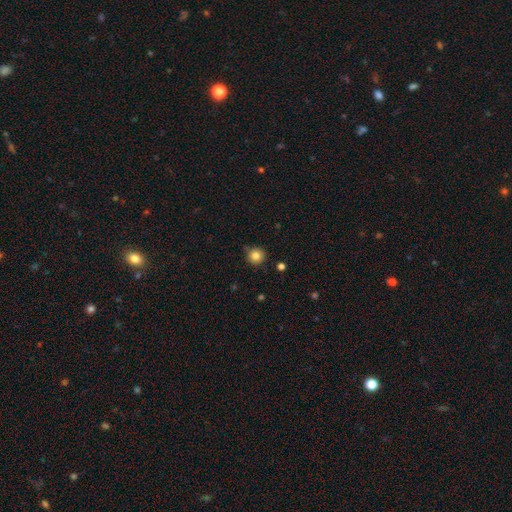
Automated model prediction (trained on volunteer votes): Overall: smooth (83%). How rounded: round (94%). Merging: none (84%).